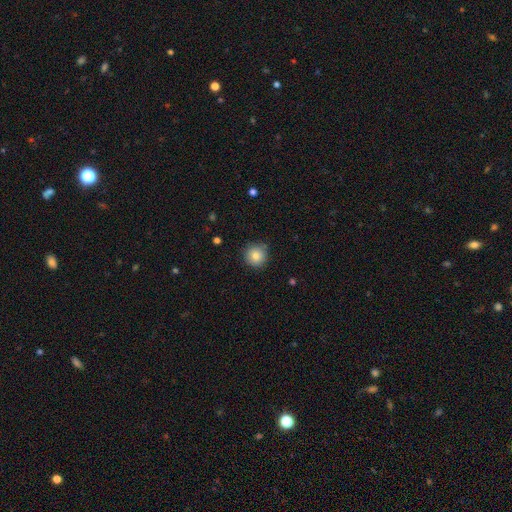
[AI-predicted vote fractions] A smooth galaxy with no disk features (82%) that is round (95%). Merging: none (87%).